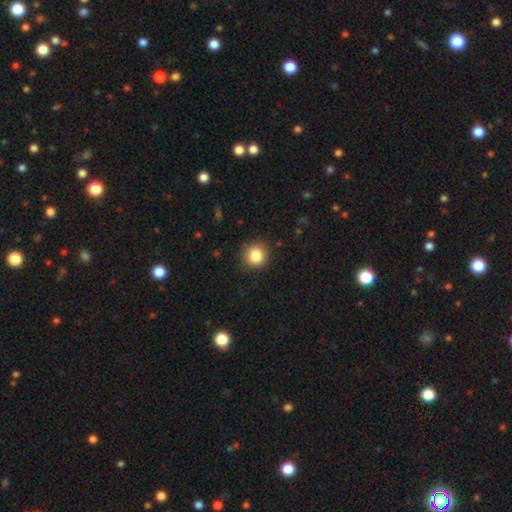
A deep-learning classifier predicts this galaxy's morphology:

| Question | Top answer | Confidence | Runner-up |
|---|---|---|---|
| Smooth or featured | smooth | 85% | star or artifact (10%) |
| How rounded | round | 92% | in between (7%) |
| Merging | none | 89% | minor disturbance (8%) |